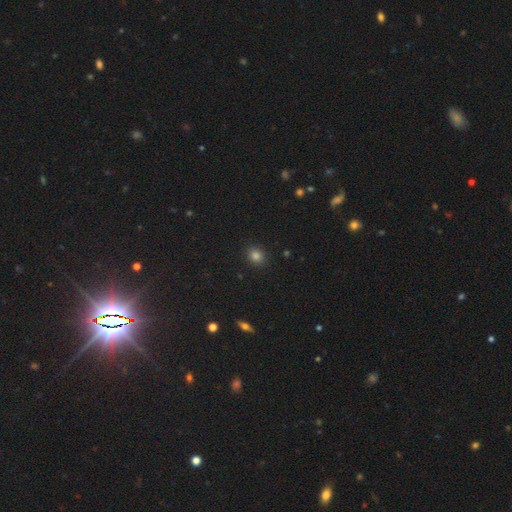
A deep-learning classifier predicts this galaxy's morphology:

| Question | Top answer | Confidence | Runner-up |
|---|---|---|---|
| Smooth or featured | smooth | 83% | star or artifact (13%) |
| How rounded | round | 70% | in between (29%) |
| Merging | none | 90% | minor disturbance (7%) |